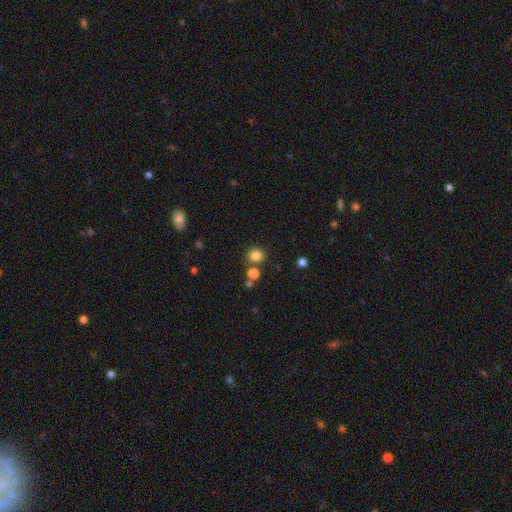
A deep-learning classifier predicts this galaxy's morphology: The model was most divided on "smooth or featured": smooth: 82%, star or artifact: 14%, featured or disk: 5%. More confident: how rounded — round (91%); merging — none (81%).